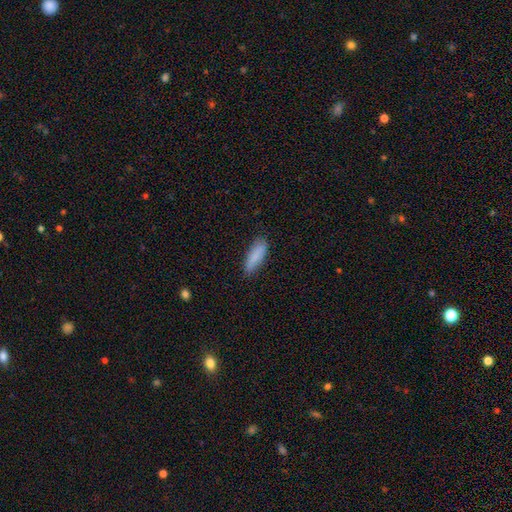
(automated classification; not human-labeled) A smooth galaxy with no disk features (86%) that is in between round and cigar-shaped (50%). Merging: none (80%).